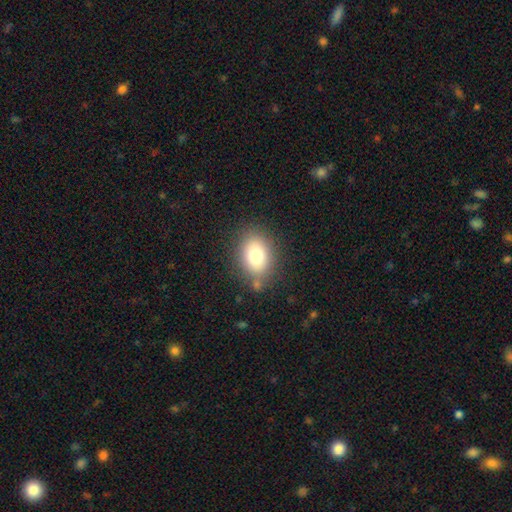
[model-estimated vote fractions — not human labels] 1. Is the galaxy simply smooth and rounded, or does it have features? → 78% smooth, 12% featured or disk, 10% star or artifact.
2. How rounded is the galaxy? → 66% in between, 33% round, 1% cigar-shaped.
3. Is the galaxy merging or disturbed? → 77% none, 14% minor disturbance, 6% merger, 4% major disturbance.